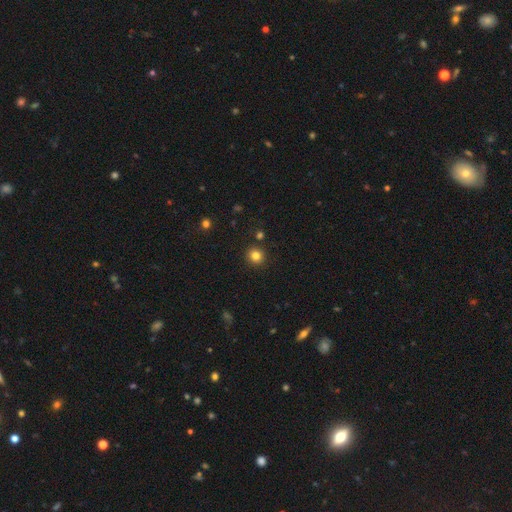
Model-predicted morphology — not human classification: smooth_or_featured: smooth (p=0.81) [alt: star or artifact p=0.13]
how_rounded: round (p=0.93) [alt: in between p=0.06]
merging: none (p=0.90) [alt: minor disturbance p=0.06]